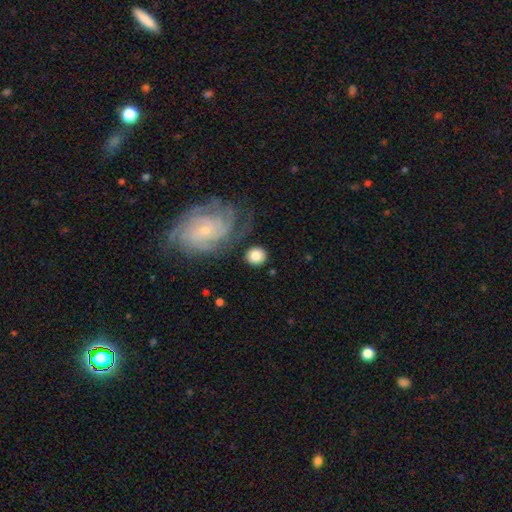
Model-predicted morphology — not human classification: Smooth or featured? smooth (76%)
How rounded? round (85%)
Merging? none (76%)